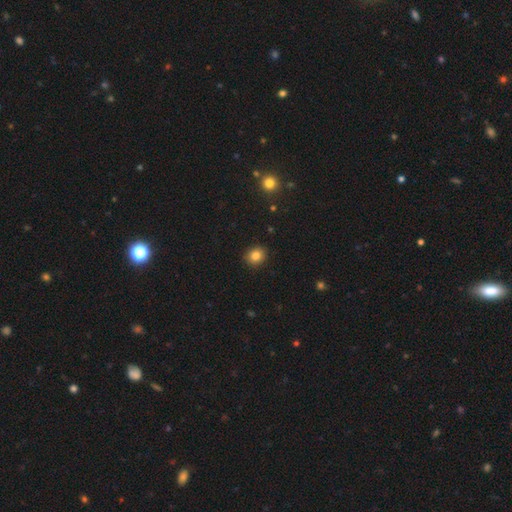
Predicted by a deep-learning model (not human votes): Smooth or featured? smooth (83%)
How rounded? round (73%)
Merging? none (90%)